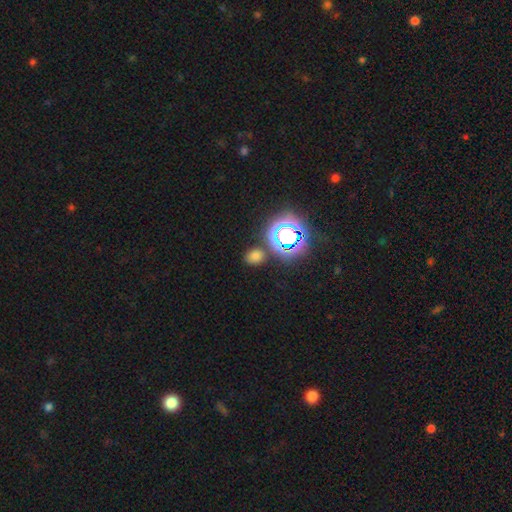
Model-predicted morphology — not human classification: Overall: smooth (65%; star or artifact 28%). How rounded: round (53%; in between 46%). Merging: none (81%).